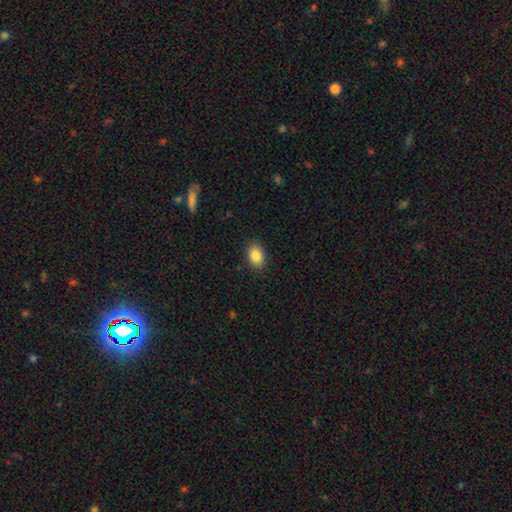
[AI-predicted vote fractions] This is clearly a smooth galaxy (86%). How rounded: likely in between (79%). Merging: clearly none (88%).